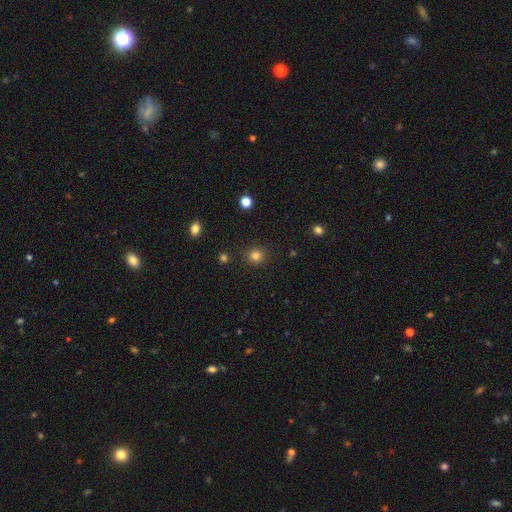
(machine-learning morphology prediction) type=smooth (82%); roundness=round (90%); merging=none (89%).